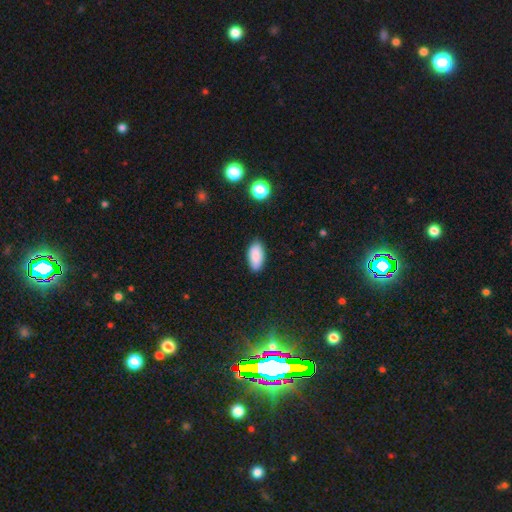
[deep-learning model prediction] This is clearly a smooth galaxy (87%). How rounded: clearly in between (93%). Merging: clearly none (86%).